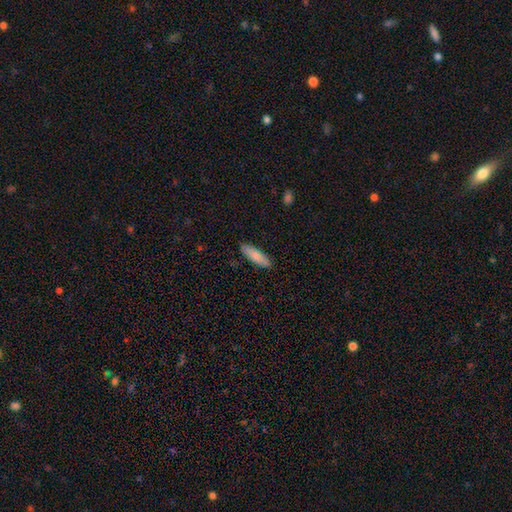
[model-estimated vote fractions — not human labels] Smooth or featured?
  - smooth: 83% *
  - featured or disk: 11%
  - star or artifact: 5%
How rounded?
  - cigar-shaped: 61% *
  - in between: 37%
  - round: 2%
Merging?
  - none: 89% *
  - minor disturbance: 8%
  - major disturbance: 2%
  - merger: 1%